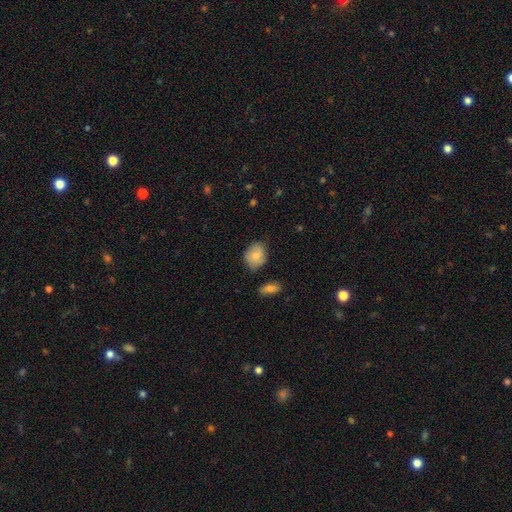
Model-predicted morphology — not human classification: Overall: smooth (80%). How rounded: in between (53%; round 46%). Merging: none (71%).